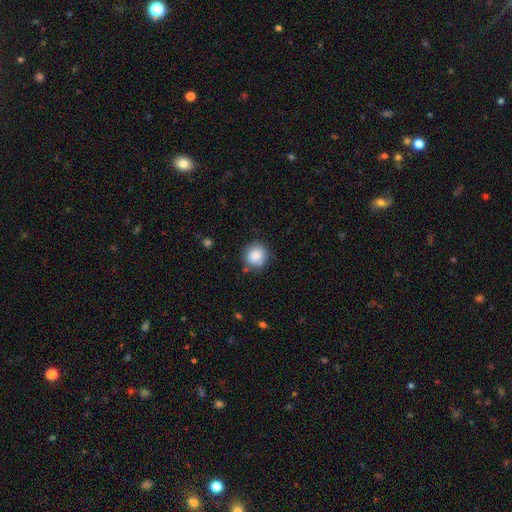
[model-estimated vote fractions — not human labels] This appears to be a smooth galaxy with no disk features (85%) that is round (89%). Merging: none (80%).